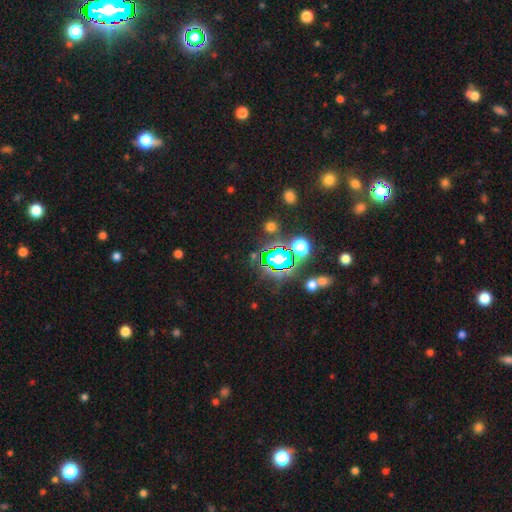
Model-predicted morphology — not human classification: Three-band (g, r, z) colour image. It shows a star or artifact, not a galaxy (71%).